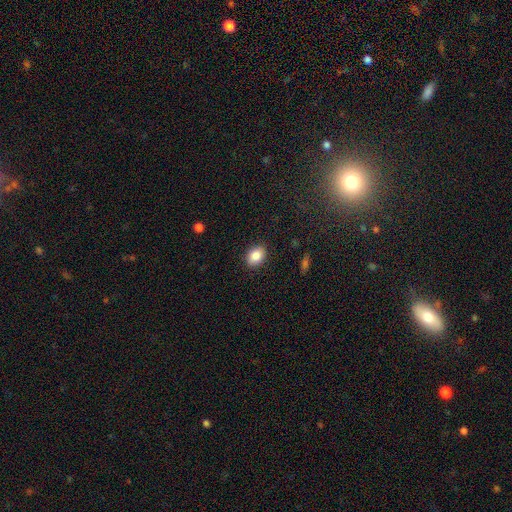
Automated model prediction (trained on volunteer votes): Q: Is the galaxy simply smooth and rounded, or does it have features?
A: smooth — 86%.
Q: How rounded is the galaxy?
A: in between — 71%.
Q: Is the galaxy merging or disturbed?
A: none — 89%.